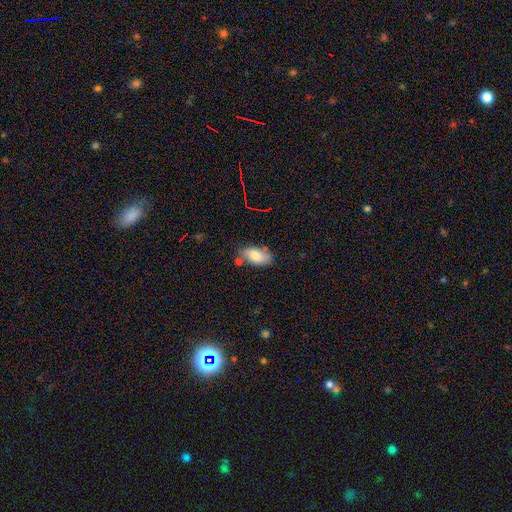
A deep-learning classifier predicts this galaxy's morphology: Smooth or featured?
  - smooth: 80% *
  - featured or disk: 12%
  - star or artifact: 8%
How rounded?
  - in between: 93% *
  - cigar-shaped: 4%
  - round: 3%
Merging?
  - none: 70% *
  - minor disturbance: 19%
  - merger: 7%
  - major disturbance: 4%